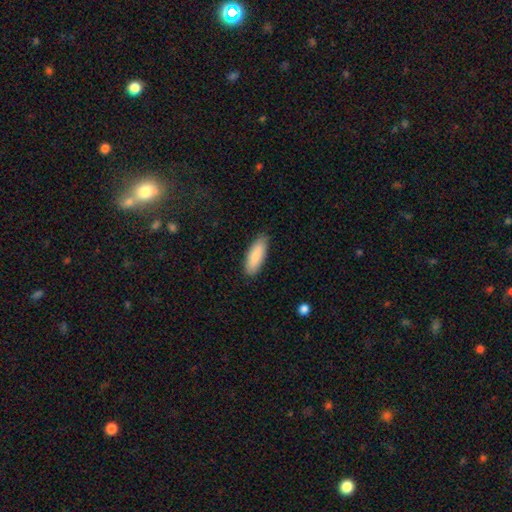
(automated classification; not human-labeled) The model was most divided on "how rounded": in between: 65%, cigar-shaped: 34%, round: 2%. More confident: smooth or featured — smooth (87%); merging — none (85%).